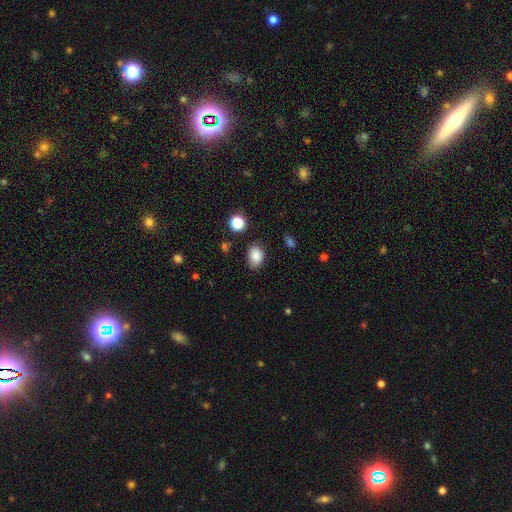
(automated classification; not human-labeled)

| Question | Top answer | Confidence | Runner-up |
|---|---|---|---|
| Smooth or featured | smooth | 85% | star or artifact (10%) |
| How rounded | in between | 75% | round (24%) |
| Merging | none | 74% | minor disturbance (19%) |